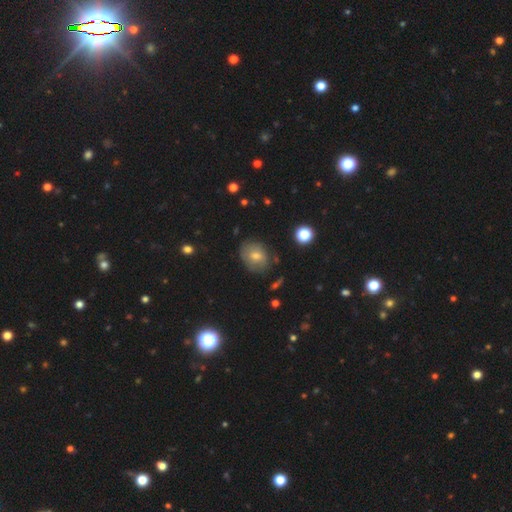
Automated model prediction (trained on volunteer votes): Smooth or featured?
  - smooth: 57% *
  - featured or disk: 29%
  - star or artifact: 14%
How rounded?
  - in between: 53% *
  - round: 46%
  - cigar-shaped: 1%
Merging?
  - none: 74% *
  - minor disturbance: 19%
  - major disturbance: 5%
  - merger: 2%